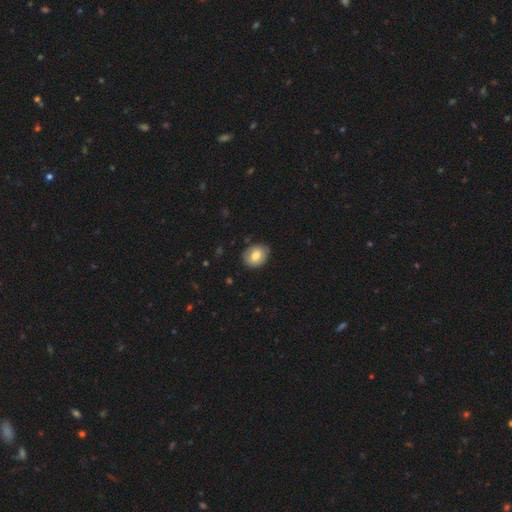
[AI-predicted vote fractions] A smooth galaxy with no disk features (77%) that is in between round and cigar-shaped (54%). Merging: none (79%).